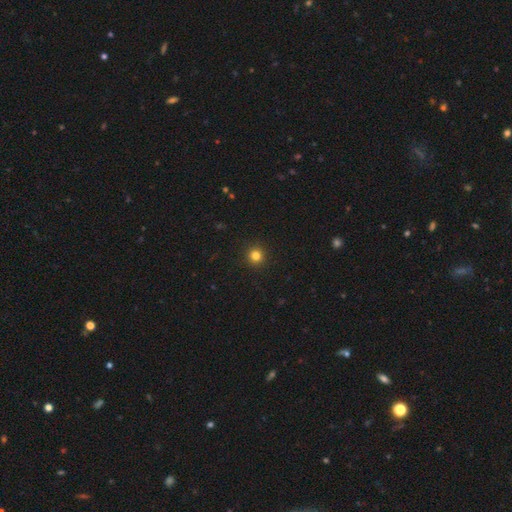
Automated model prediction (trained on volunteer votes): Smooth or featured: smooth — 82% (star or artifact — 14%)
How rounded: round — 95% (in between — 4%)
Merging: none — 93% (minor disturbance — 4%)